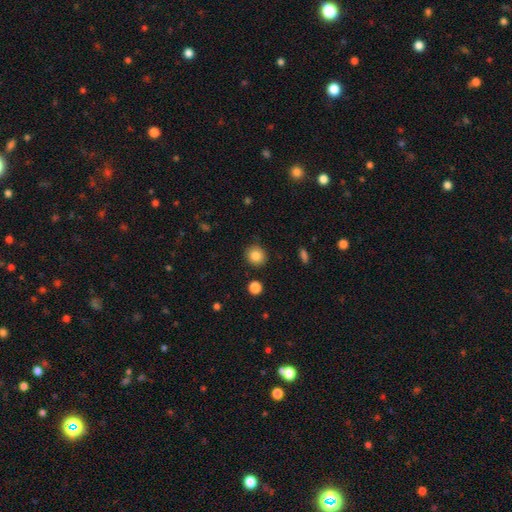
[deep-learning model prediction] smooth-or-featured: smooth: 84% | star or artifact: 10% | featured or disk: 6%
  how-rounded: round: 89% | in between: 10% | cigar-shaped: 1%
  merging: none: 89% | minor disturbance: 7% | major disturbance: 2% | merger: 2%